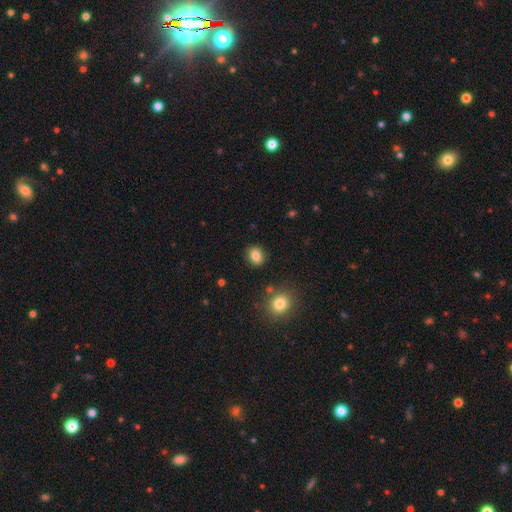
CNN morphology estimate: Q: Smooth or featured?
A: smooth (84%); runner-up: star or artifact (10%)
Q: How rounded?
A: round (61%); runner-up: in between (38%)
Q: Merging?
A: none (88%); runner-up: minor disturbance (7%)